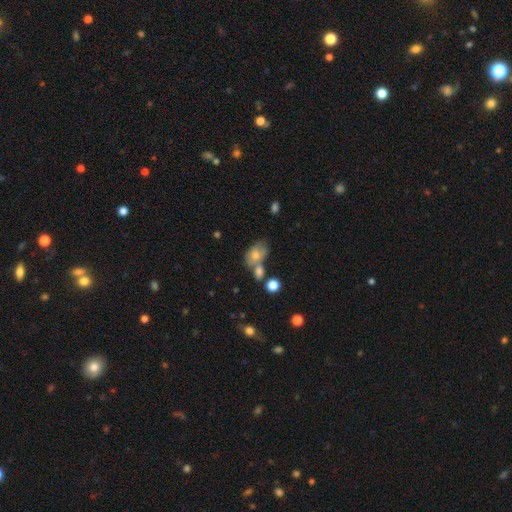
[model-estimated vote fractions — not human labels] Smooth or featured? Predicted: smooth (p=0.67). How rounded? Predicted: in between (p=0.80). Merging? Predicted: merger (p=0.39).